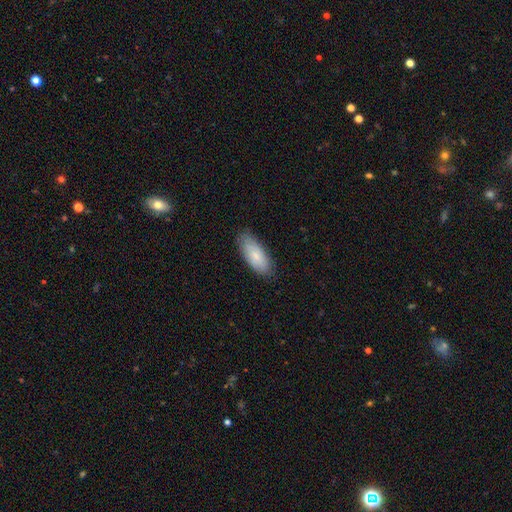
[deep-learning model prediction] Smooth or featured? Predicted: smooth (p=0.80). How rounded? Predicted: in between (p=0.81). Merging? Predicted: none (p=0.82).